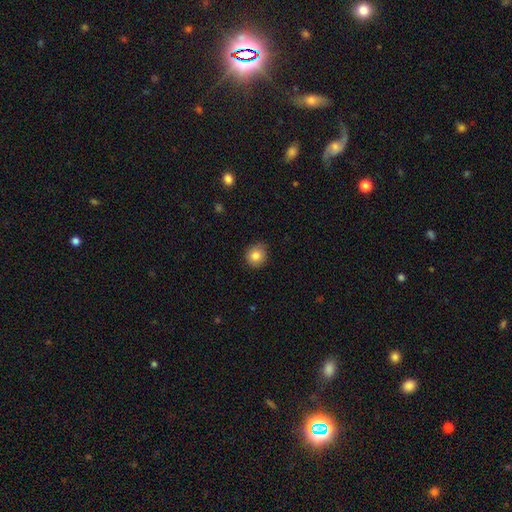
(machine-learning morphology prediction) smooth 83%, star or artifact 10%, featured or disk 8%. Down the decision tree: how rounded — round (84%); merging — none (84%).